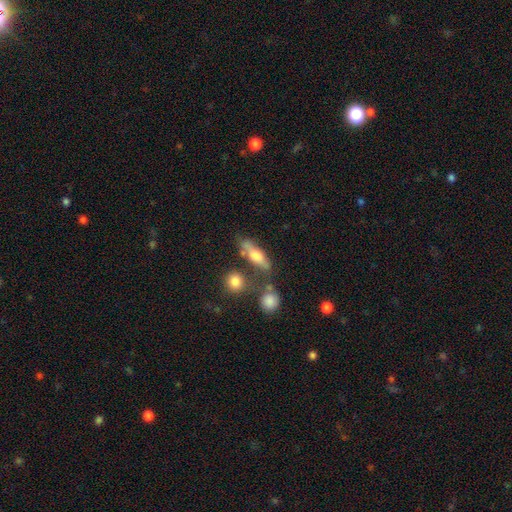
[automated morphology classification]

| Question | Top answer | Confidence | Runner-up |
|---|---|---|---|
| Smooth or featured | smooth | 55% | featured or disk (35%) |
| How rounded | cigar-shaped | 46% | tied: in between (46%) |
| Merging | none | 57% | minor disturbance (18%) |